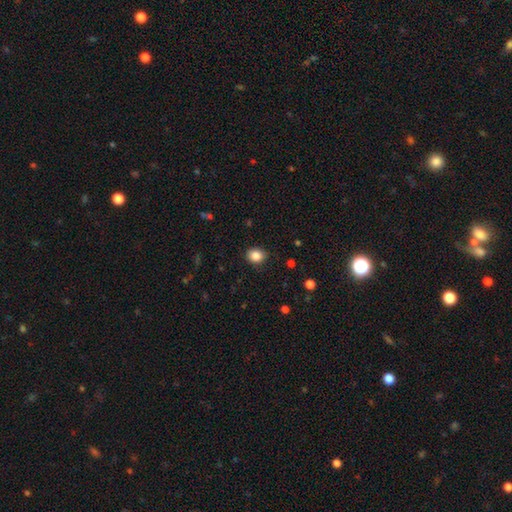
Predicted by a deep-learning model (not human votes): smooth_or_featured: smooth (p=0.86) [alt: star or artifact p=0.10]
how_rounded: round (p=0.59) [alt: in between p=0.40]
merging: none (p=0.88) [alt: minor disturbance p=0.09]